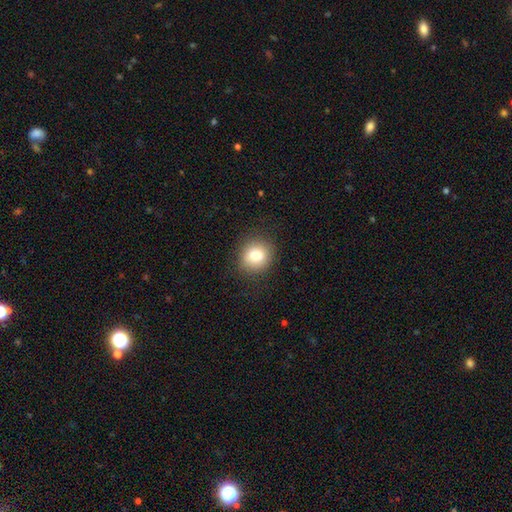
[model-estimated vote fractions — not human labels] smooth 83%, star or artifact 10%, featured or disk 8%. Down the decision tree: how rounded — round (80%); merging — none (86%).